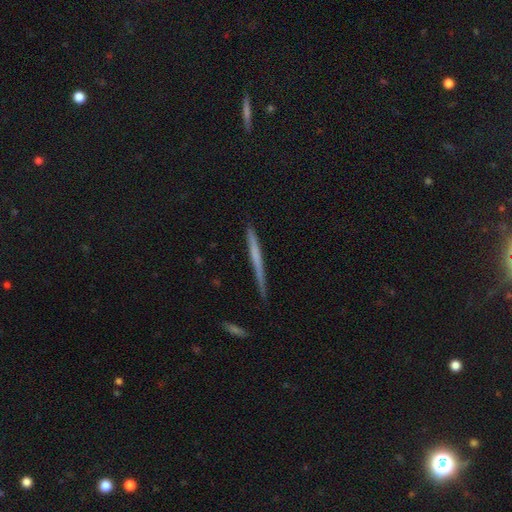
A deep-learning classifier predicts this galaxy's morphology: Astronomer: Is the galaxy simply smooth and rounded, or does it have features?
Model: smooth — 48% (runner-up: featured or disk, 46%).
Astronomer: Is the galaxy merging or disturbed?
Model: none — 85%.